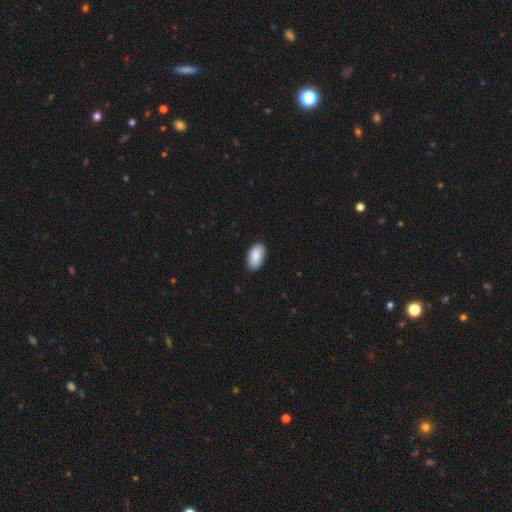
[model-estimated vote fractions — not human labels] Smooth or featured? smooth (89%)
How rounded? in between (95%)
Merging? none (86%)